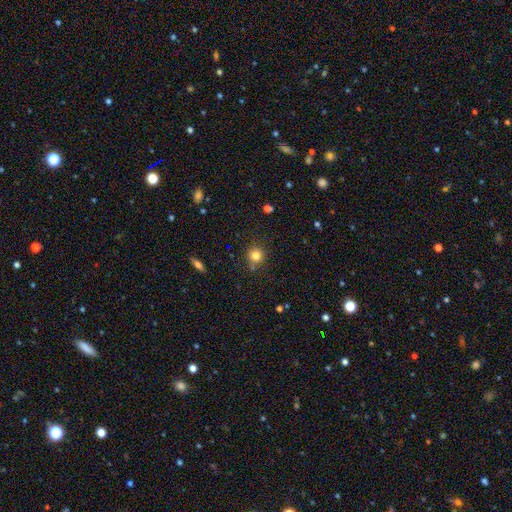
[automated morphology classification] Smooth or featured? smooth (81%)
How rounded? round (90%)
Merging? none (78%)